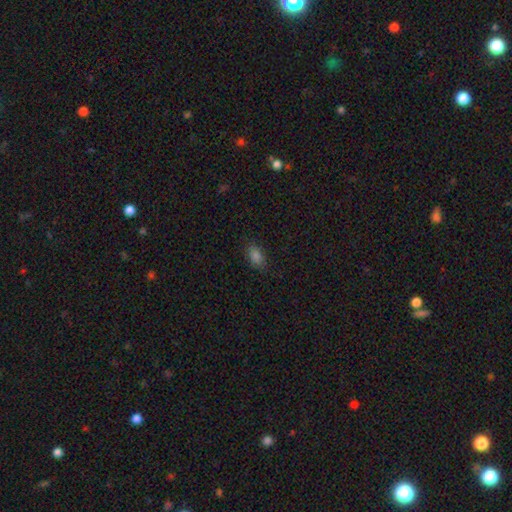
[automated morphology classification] This appears to be a smooth galaxy with no disk features (81%) that is in between round and cigar-shaped (87%). Merging: none (84%).